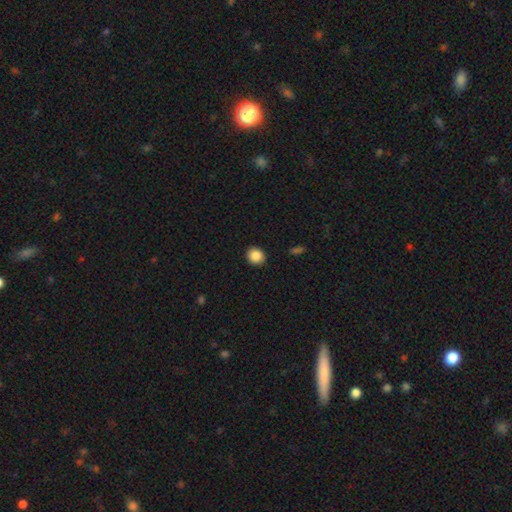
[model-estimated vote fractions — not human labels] Smooth or featured? smooth (87%)
How rounded? round (79%)
Merging? none (92%)